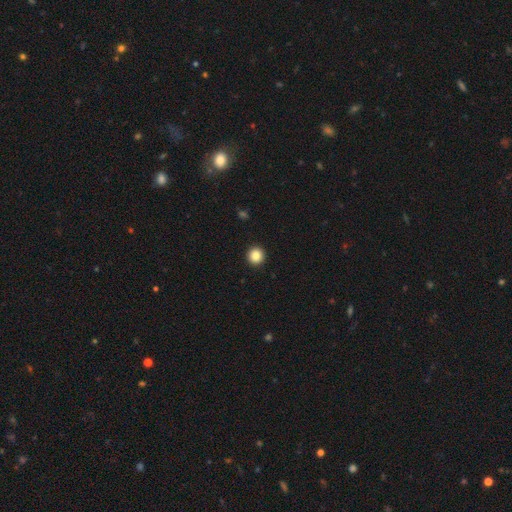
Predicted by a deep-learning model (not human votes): Q: Smooth or featured?
A: smooth (86%); runner-up: star or artifact (10%)
Q: How rounded?
A: round (95%); runner-up: in between (4%)
Q: Merging?
A: none (94%); runner-up: minor disturbance (4%)